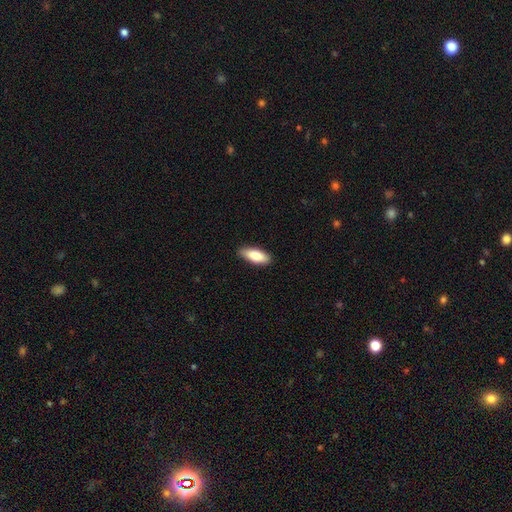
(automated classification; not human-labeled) A smooth galaxy with no disk features (84%) that is in between round and cigar-shaped (76%). Merging: none (87%).